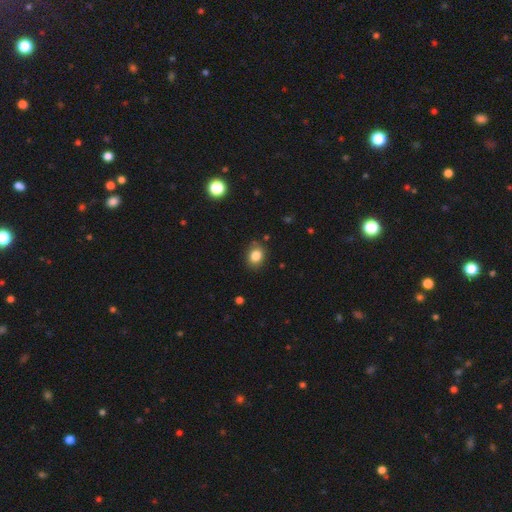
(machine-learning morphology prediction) This is clearly a smooth galaxy (84%). How rounded: possibly in between (54%). Merging: clearly none (83%).